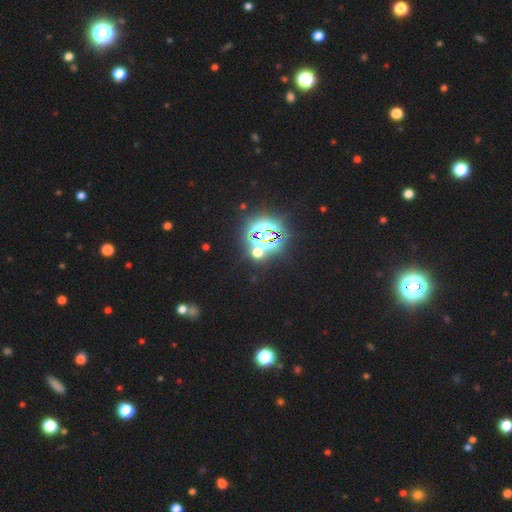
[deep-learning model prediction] Overall: star or artifact (79%).